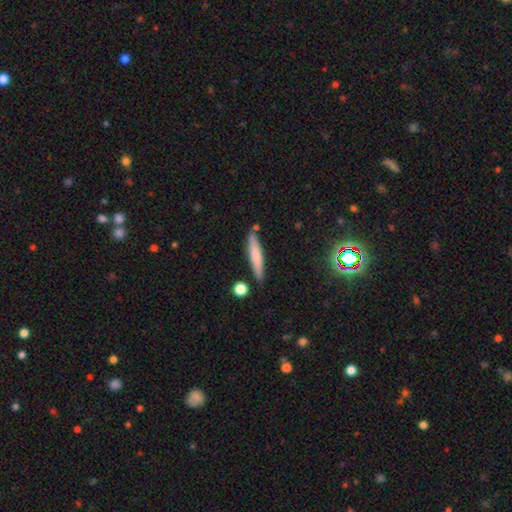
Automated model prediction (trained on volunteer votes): smooth-or-featured: smooth: 71% | featured or disk: 22% | star or artifact: 7%
  how-rounded: cigar-shaped: 89% | in between: 10% | round: 1%
  merging: none: 81% | minor disturbance: 12% | merger: 5% | major disturbance: 2%